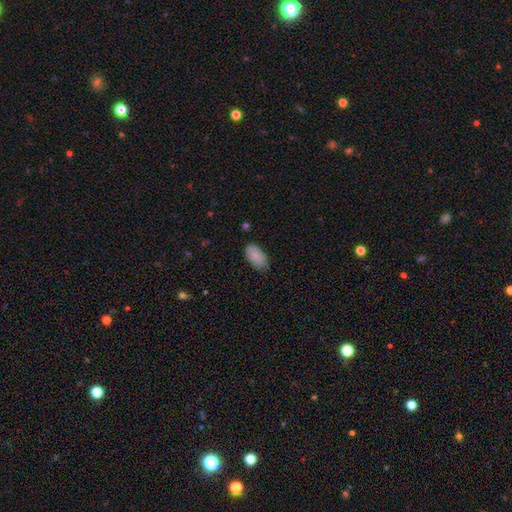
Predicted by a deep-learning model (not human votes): smooth 86%, featured or disk 7%, star or artifact 7%. Down the decision tree: how rounded — in between (94%); merging — none (75%).